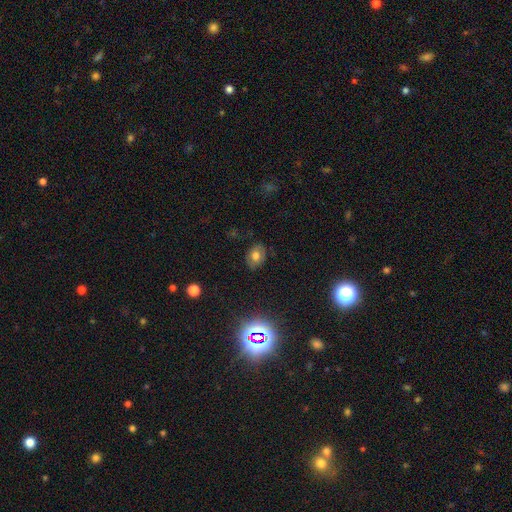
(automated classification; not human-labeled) Smooth or featured?
  - smooth: 65% *
  - featured or disk: 19%
  - star or artifact: 16%
How rounded?
  - in between: 69% *
  - round: 30%
  - cigar-shaped: 1%
Merging?
  - none: 80% *
  - minor disturbance: 15%
  - major disturbance: 4%
  - merger: 1%